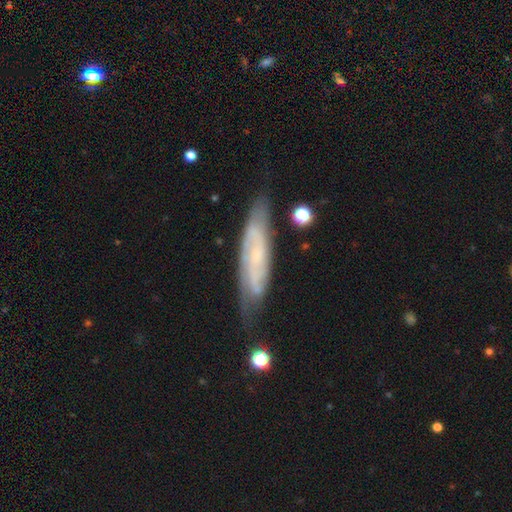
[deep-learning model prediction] Q: Smooth or featured?
A: featured or disk (72%); runner-up: smooth (21%)
Q: Edge-on disk?
A: no (74%); runner-up: yes (26%)
Q: Bar?
A: no (52%); runner-up: weak (37%)
Q: Spiral arms?
A: yes (91%); runner-up: no (9%)
Q: Bulge size?
A: small (62%); runner-up: none (22%)
Q: Merging?
A: none (70%); runner-up: minor disturbance (21%)